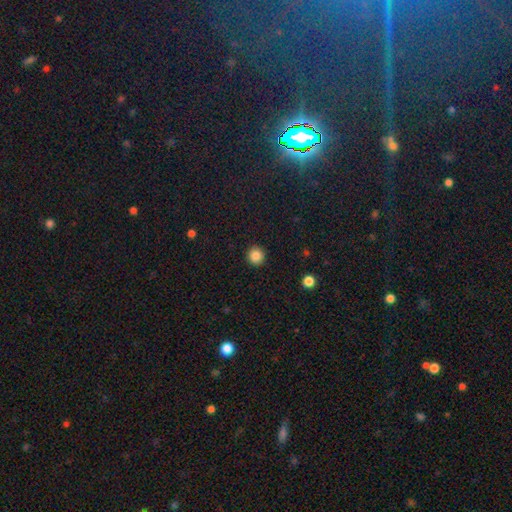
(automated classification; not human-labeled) Smooth or featured? Predicted: smooth (p=0.86). How rounded? Predicted: round (p=0.94). Merging? Predicted: none (p=0.93).